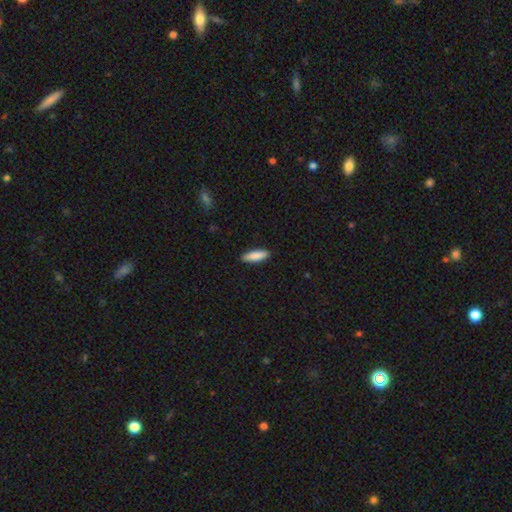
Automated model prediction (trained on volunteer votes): This is clearly a smooth galaxy (85%). How rounded: possibly cigar-shaped (54%). Merging: clearly none (89%).